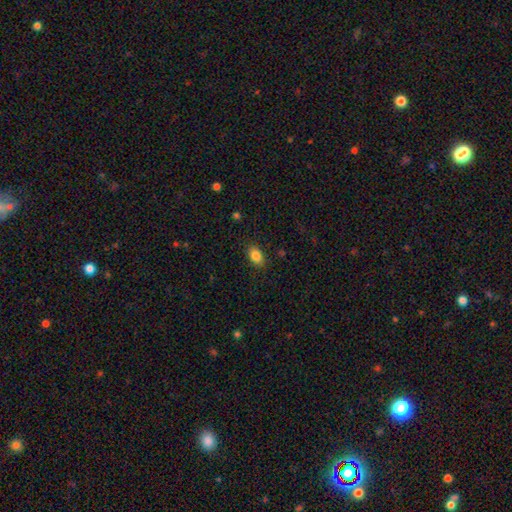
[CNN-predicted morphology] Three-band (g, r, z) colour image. It shows a smooth galaxy with no disk features (85%) that is in between round and cigar-shaped (85%). Merging: none (87%).